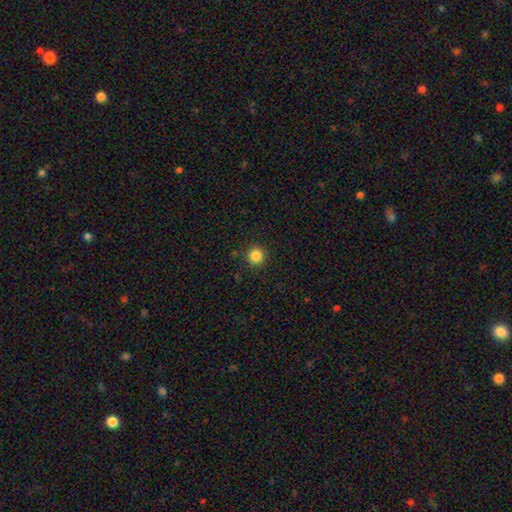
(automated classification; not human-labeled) A smooth galaxy with no disk features (85%) that is round (94%).

Vote fractions:
- Smooth or featured? smooth: 85% / star or artifact: 11% / featured or disk: 4%
- How rounded? round: 94% / in between: 5% / cigar-shaped: 1%
- Merging? none: 91% / minor disturbance: 6% / major disturbance: 2% / merger: 1%